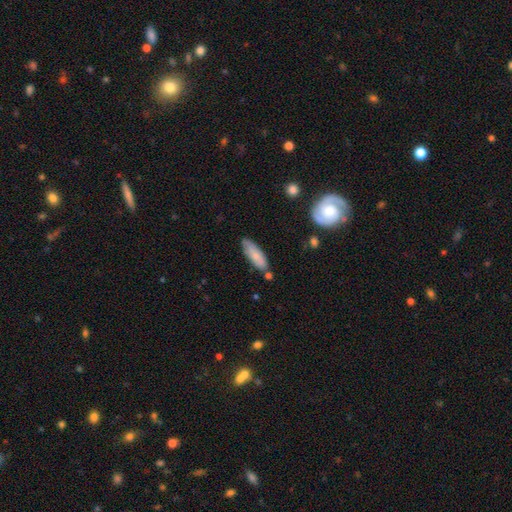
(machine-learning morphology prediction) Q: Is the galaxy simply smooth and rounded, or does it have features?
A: smooth — 77%.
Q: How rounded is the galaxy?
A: in between — 57%.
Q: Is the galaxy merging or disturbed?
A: none — 71%.